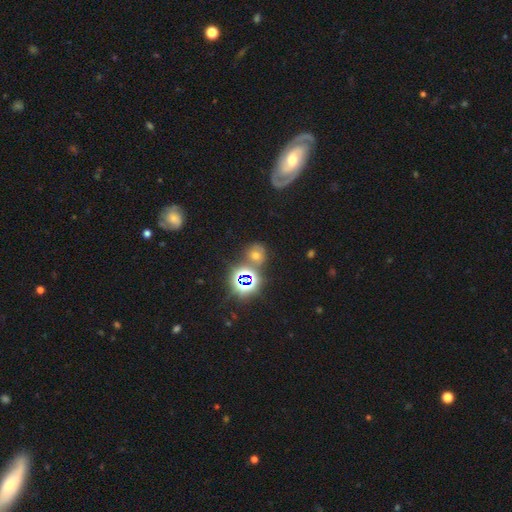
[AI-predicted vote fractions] Overall: smooth (44%, tied with star or artifact). Merging: none (69%).